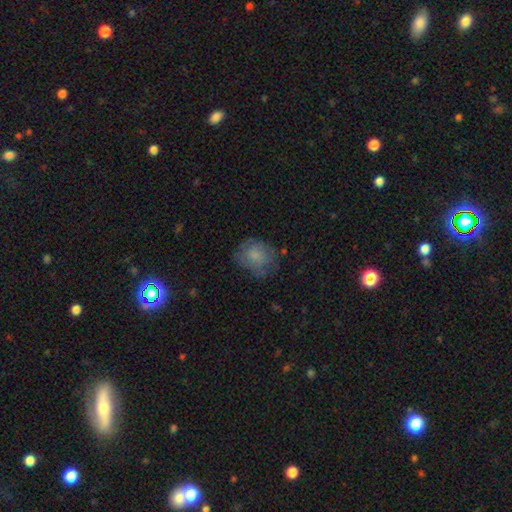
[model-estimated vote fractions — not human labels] Smooth or featured? smooth (73%)
How rounded? round (65%)
Merging? none (64%)